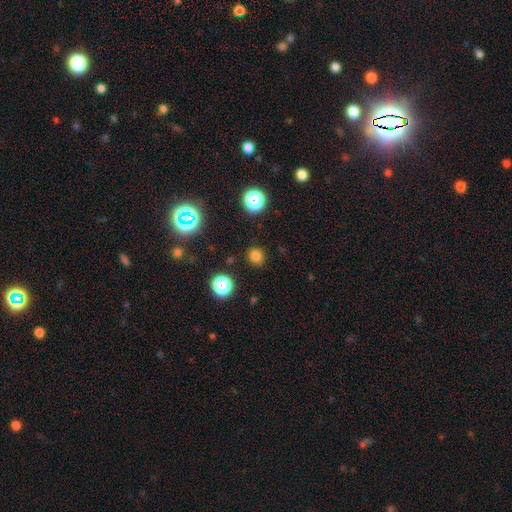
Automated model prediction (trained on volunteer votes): Morphology: type=smooth (76%); roundness=round (83%); merging=none (88%).